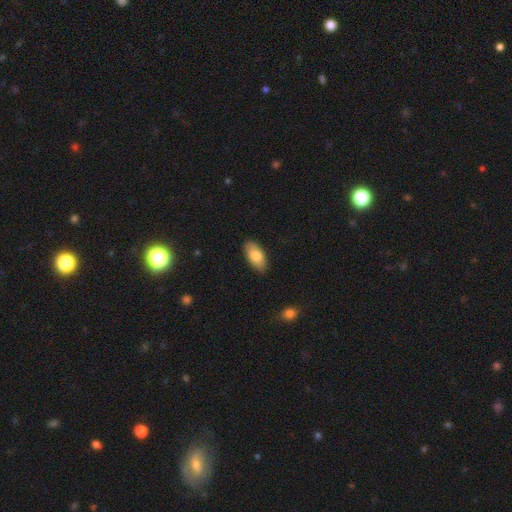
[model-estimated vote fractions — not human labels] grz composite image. It shows a smooth galaxy with no disk features (81%) that is in between round and cigar-shaped (93%). Merging: none (86%).